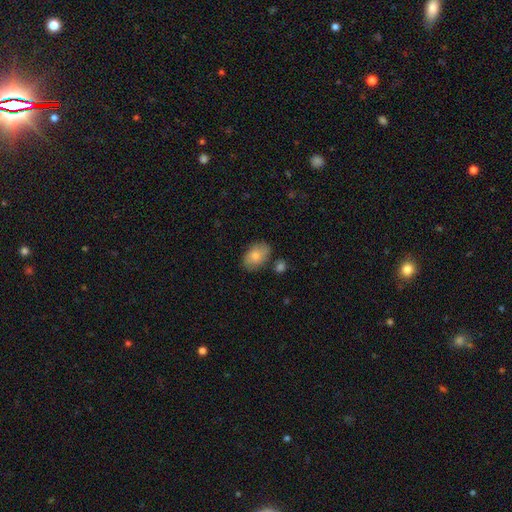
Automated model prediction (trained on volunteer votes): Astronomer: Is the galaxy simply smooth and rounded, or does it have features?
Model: smooth — 76%.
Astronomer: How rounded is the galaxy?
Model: in between — 86%.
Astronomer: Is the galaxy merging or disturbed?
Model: none — 72%.